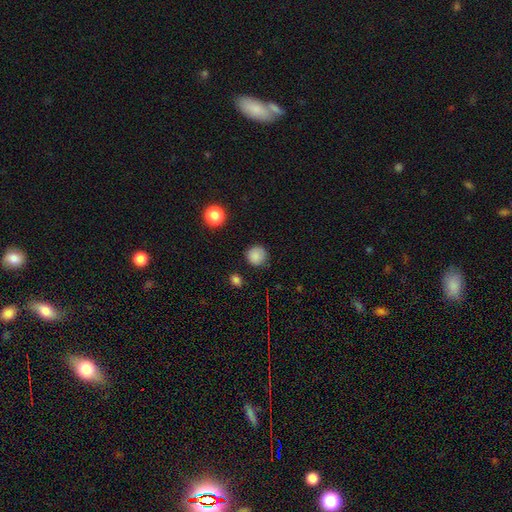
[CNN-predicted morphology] Q: Smooth or featured?
A: smooth (84%); runner-up: star or artifact (11%)
Q: How rounded?
A: round (94%); runner-up: in between (5%)
Q: Merging?
A: none (87%); runner-up: minor disturbance (9%)